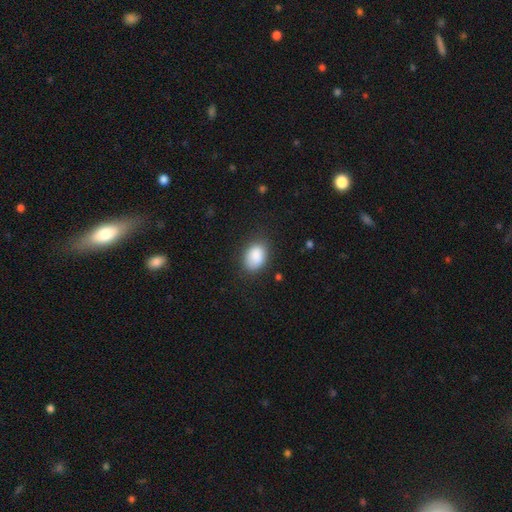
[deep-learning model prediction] Morphology: type=smooth (88%); roundness=in between (77%); merging=none (78%).